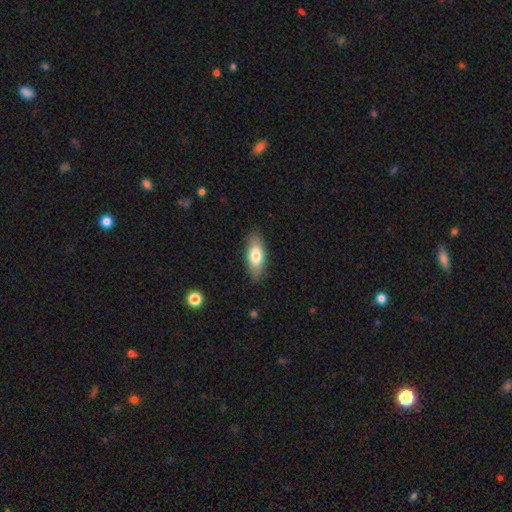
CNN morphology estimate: This is likely a smooth galaxy (75%). How rounded: likely in between (78%). Merging: clearly none (86%).